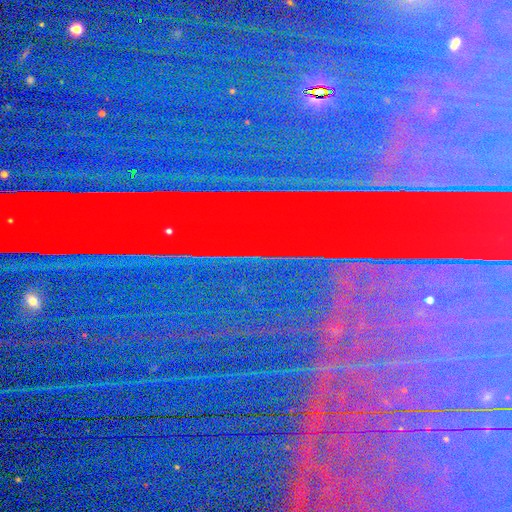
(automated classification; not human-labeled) Q: Smooth or featured?
A: star or artifact (88%); runner-up: featured or disk (6%)